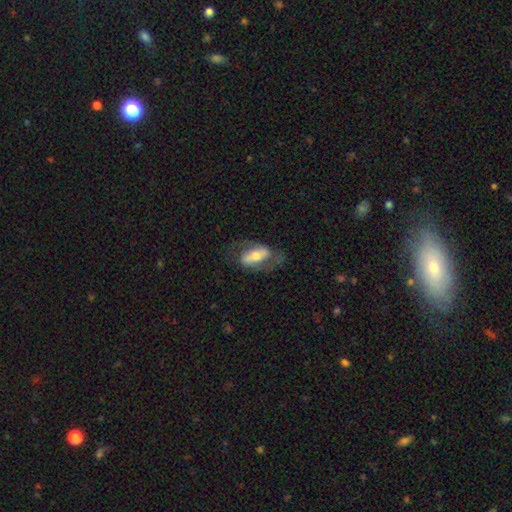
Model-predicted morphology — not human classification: smooth_or_featured: featured or disk (p=0.64) [alt: smooth p=0.30]
disk_edge_on: no (p=0.92) [alt: yes p=0.08]
bar: strong (p=0.49) [alt: weak p=0.28]
has_spiral_arms: yes (p=0.77) [alt: no p=0.23]
bulge_size: moderate (p=0.56) [alt: small p=0.28]
merging: none (p=0.64) [alt: minor disturbance p=0.19]